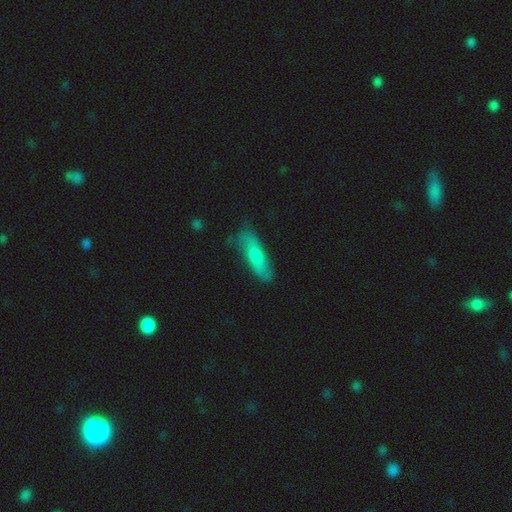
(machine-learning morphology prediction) This is likely a smooth galaxy (64%). How rounded: possibly cigar-shaped (53%). Merging: likely none (70%).